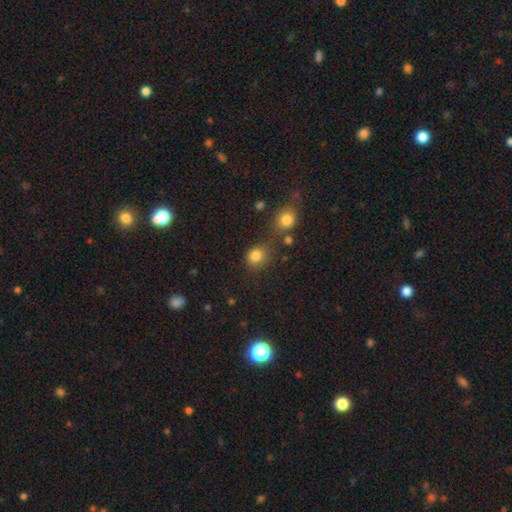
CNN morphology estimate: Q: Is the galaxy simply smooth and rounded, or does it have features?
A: smooth — 81%.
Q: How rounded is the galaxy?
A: round — 75%.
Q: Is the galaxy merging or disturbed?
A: none — 60%.